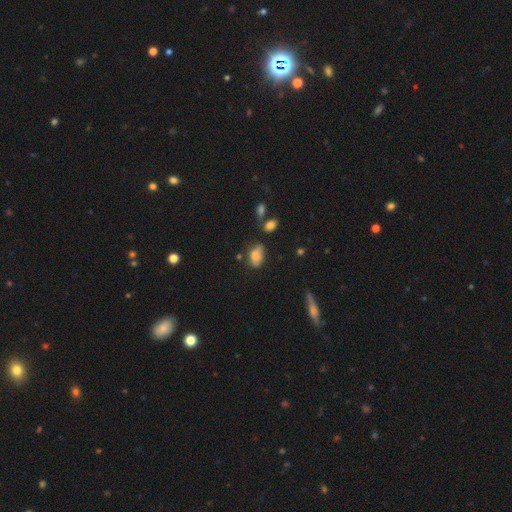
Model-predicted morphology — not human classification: smooth_or_featured: smooth (p=0.78) [alt: featured or disk p=0.12]
how_rounded: in between (p=0.87) [alt: round p=0.11]
merging: none (p=0.54) [alt: minor disturbance p=0.30]